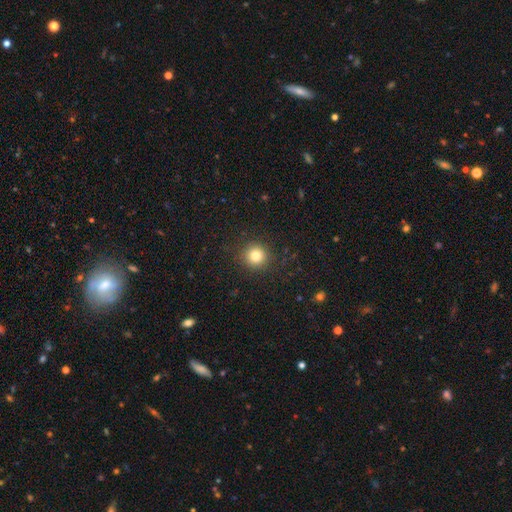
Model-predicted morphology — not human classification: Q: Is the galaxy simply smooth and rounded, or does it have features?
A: smooth — 80%.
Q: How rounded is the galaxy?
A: round — 94%.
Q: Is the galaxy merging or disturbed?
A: none — 90%.